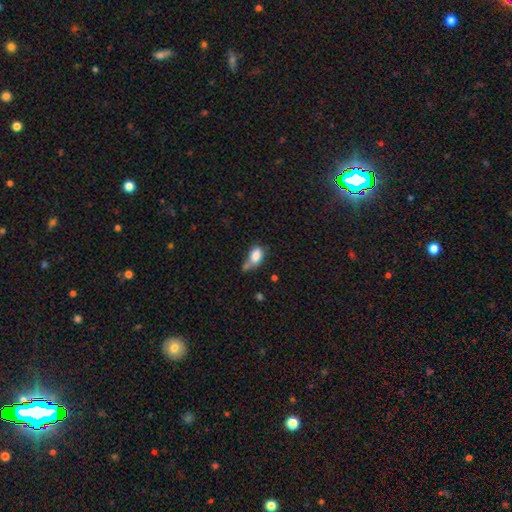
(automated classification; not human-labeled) A smooth galaxy with no disk features (82%) that is in between round and cigar-shaped (86%).

Vote fractions:
- Smooth or featured? smooth: 82% / star or artifact: 9% / featured or disk: 9%
- How rounded? in between: 86% / round: 11% / cigar-shaped: 3%
- Merging? none: 34% / merger: 28% / minor disturbance: 26% / major disturbance: 12%